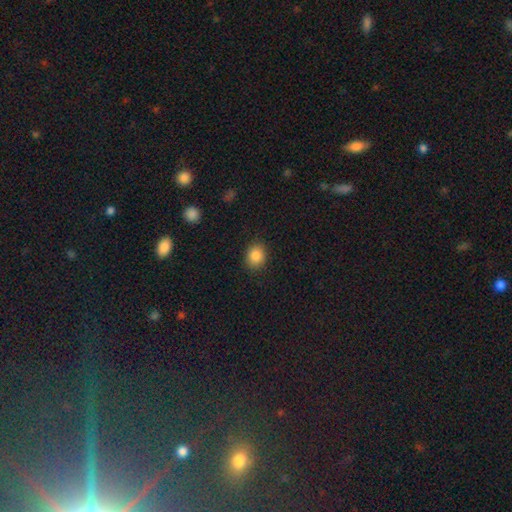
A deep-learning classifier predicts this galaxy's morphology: Smooth or featured? smooth (85%)
How rounded? round (64%)
Merging? none (88%)